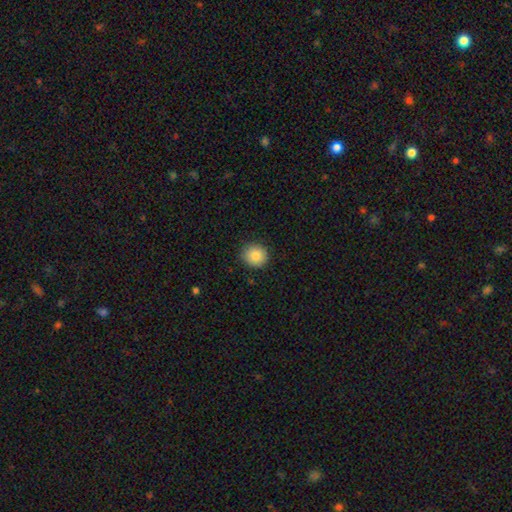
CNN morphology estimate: This is clearly a smooth galaxy (85%). How rounded: clearly round (91%). Merging: clearly none (88%).